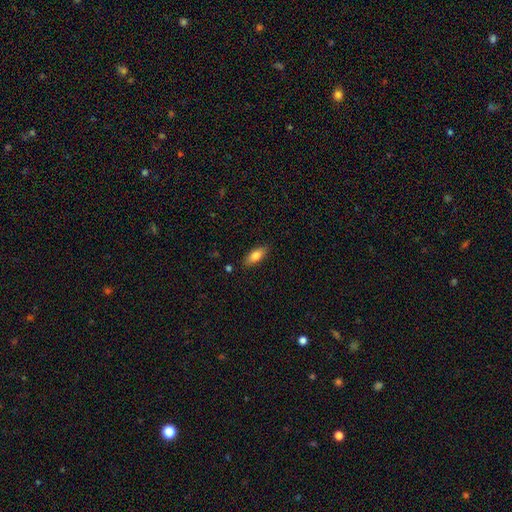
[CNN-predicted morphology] Overall: smooth (76%). How rounded: in between (75%). Merging: none (86%).